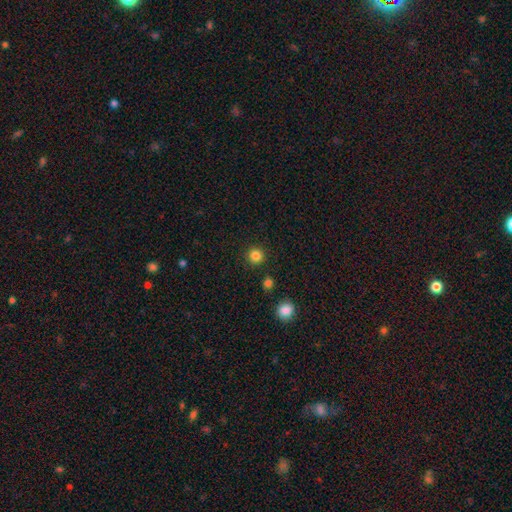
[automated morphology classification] Smooth or featured?
  - smooth: 85% *
  - star or artifact: 12%
  - featured or disk: 4%
How rounded?
  - round: 95% *
  - in between: 4%
  - cigar-shaped: 1%
Merging?
  - none: 91% *
  - minor disturbance: 5%
  - merger: 2%
  - major disturbance: 2%